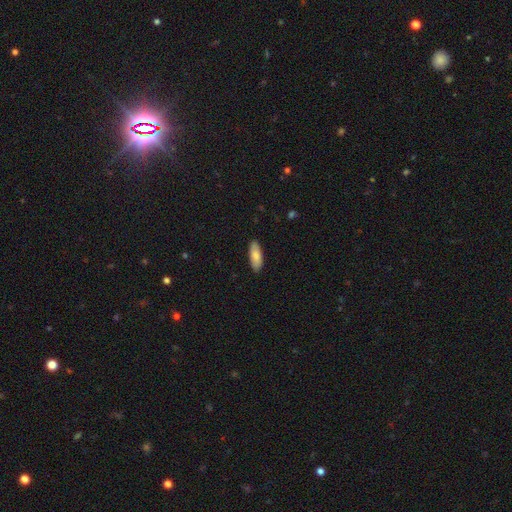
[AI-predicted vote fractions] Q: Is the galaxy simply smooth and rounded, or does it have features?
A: smooth — 84%.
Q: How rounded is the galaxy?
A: in between — 71%.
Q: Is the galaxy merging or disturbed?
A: none — 89%.